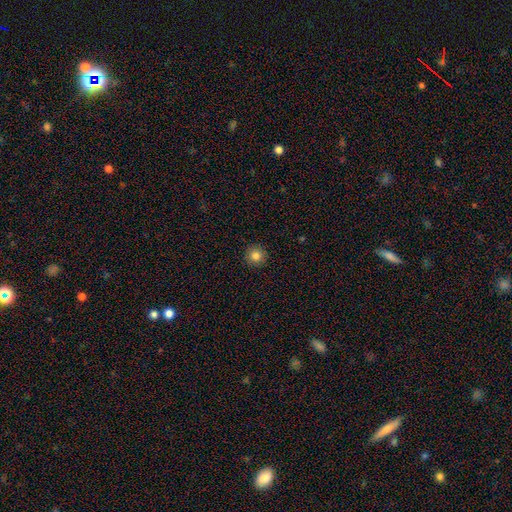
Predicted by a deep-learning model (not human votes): A smooth galaxy with no disk features (83%) that is round (95%). Merging: none (93%).